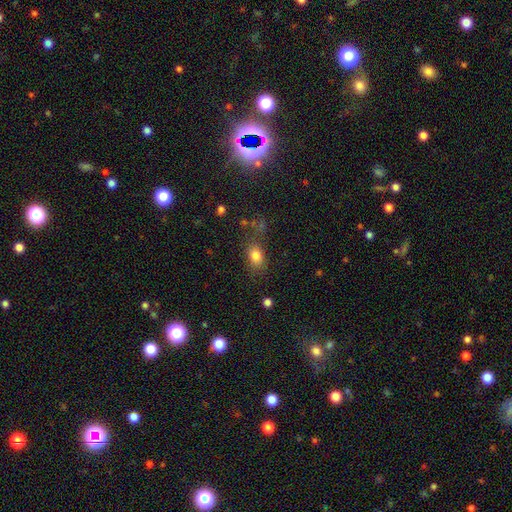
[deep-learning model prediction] Overall: smooth (81%). How rounded: in between (75%). Merging: none (69%).